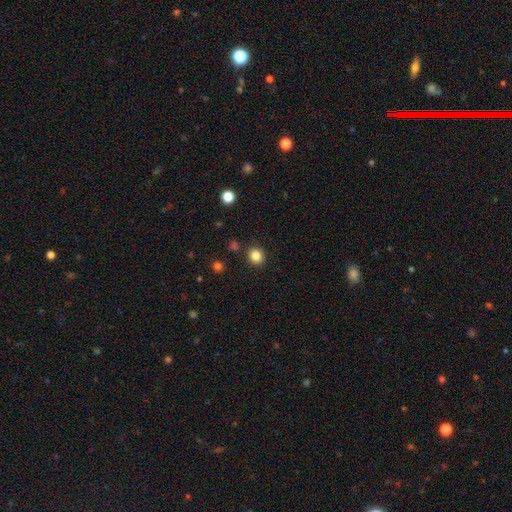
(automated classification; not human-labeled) A smooth galaxy with no disk features (84%) that is round (81%).

Vote fractions:
- Smooth or featured? smooth: 84% / star or artifact: 12% / featured or disk: 5%
- How rounded? round: 81% / in between: 18% / cigar-shaped: 1%
- Merging? none: 89% / minor disturbance: 6% / merger: 2% / major disturbance: 2%